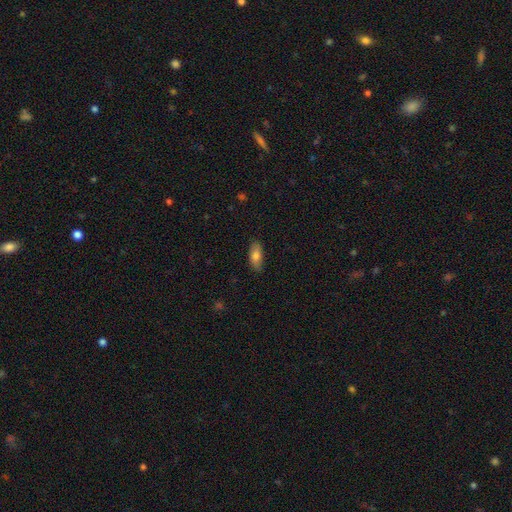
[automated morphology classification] The model was most divided on "smooth or featured": smooth: 77%, featured or disk: 16%, star or artifact: 7%. More confident: how rounded — in between (85%); merging — none (84%).